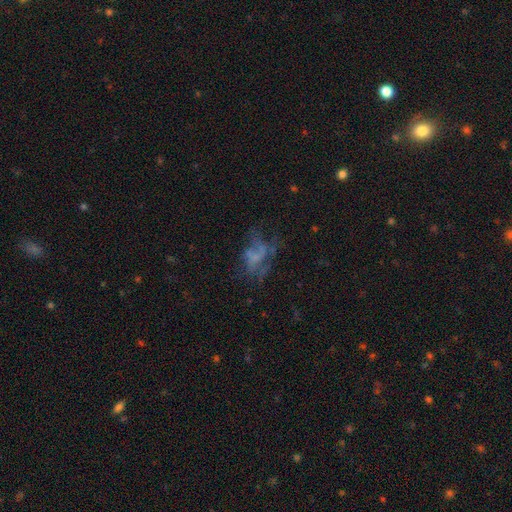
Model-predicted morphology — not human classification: Q: Smooth or featured?
A: featured or disk (52%); runner-up: smooth (25%)
Q: Edge-on disk?
A: no (97%); runner-up: yes (3%)
Q: Bar?
A: no (85%); runner-up: weak (12%)
Q: Spiral arms?
A: no (79%); runner-up: yes (21%)
Q: Bulge size?
A: none (76%); runner-up: small (13%)
Q: Merging?
A: major disturbance (39%); runner-up: none (38%)